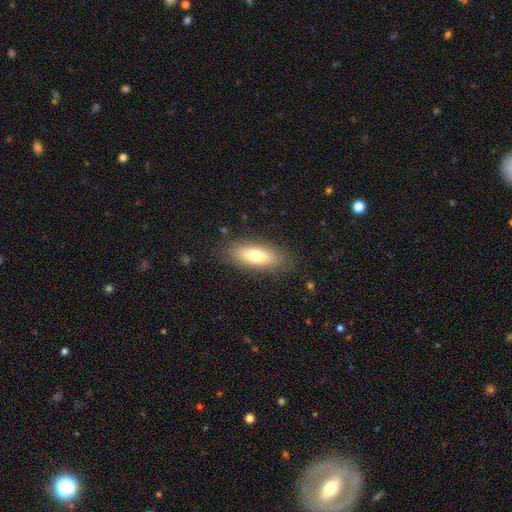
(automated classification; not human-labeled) smooth-or-featured: smooth: 72% | featured or disk: 20% | star or artifact: 7%
  how-rounded: in between: 67% | cigar-shaped: 30% | round: 3%
  merging: none: 85% | minor disturbance: 10% | major disturbance: 3% | merger: 1%